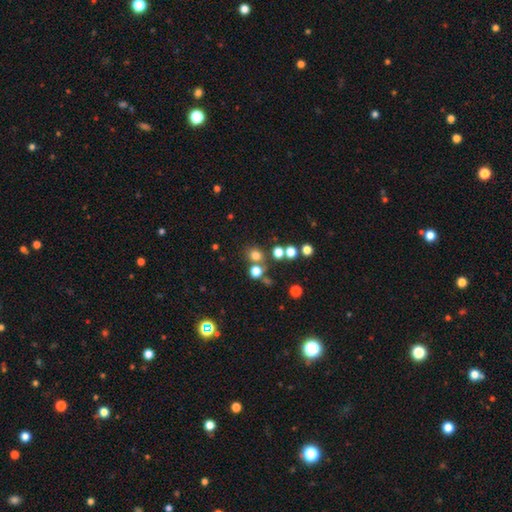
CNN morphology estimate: The model was most divided on "smooth or featured": smooth: 72%, star or artifact: 21%, featured or disk: 8%. More confident: how rounded — round (80%); merging — none (69%).